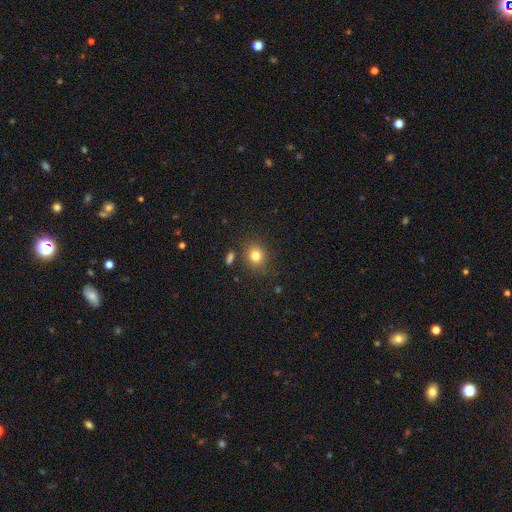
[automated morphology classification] Smooth or featured? smooth (81%)
How rounded? round (75%)
Merging? none (82%)